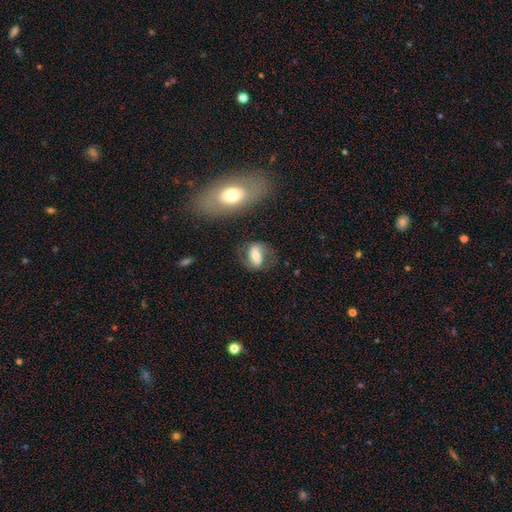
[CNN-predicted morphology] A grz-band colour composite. It shows a smooth galaxy with no disk features (50%) that is in between round and cigar-shaped (75%). Merging: none (61%).